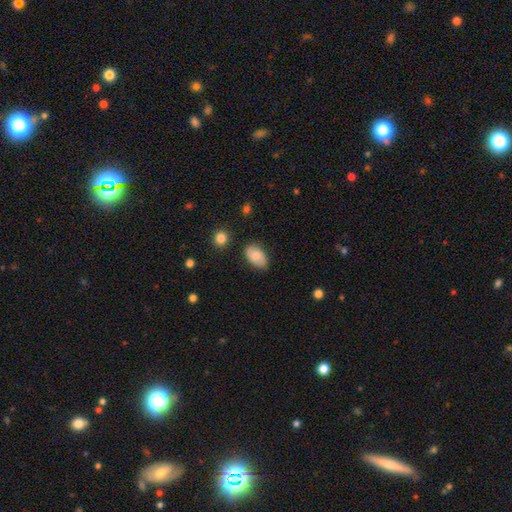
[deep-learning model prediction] Smooth or featured? smooth (72%)
How rounded? in between (90%)
Merging? none (79%)